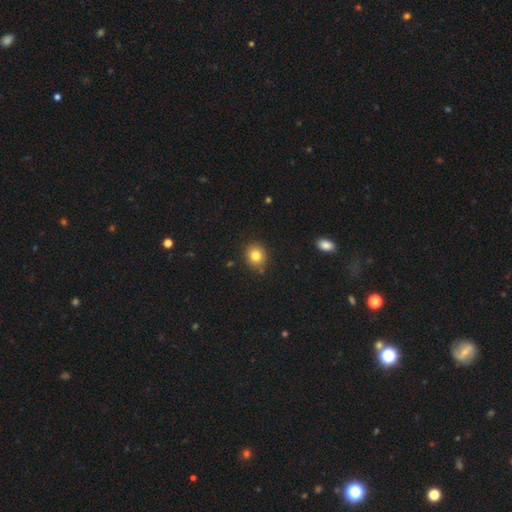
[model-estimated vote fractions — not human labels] Overall: smooth (81%). How rounded: round (77%). Merging: none (85%).